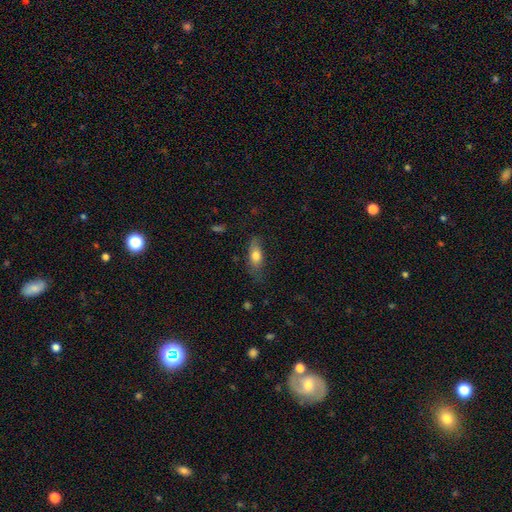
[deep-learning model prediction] smooth-or-featured: smooth: 71% | featured or disk: 21% | star or artifact: 7%
  how-rounded: in between: 71% | cigar-shaped: 24% | round: 5%
  merging: none: 66% | minor disturbance: 25% | major disturbance: 7% | merger: 2%